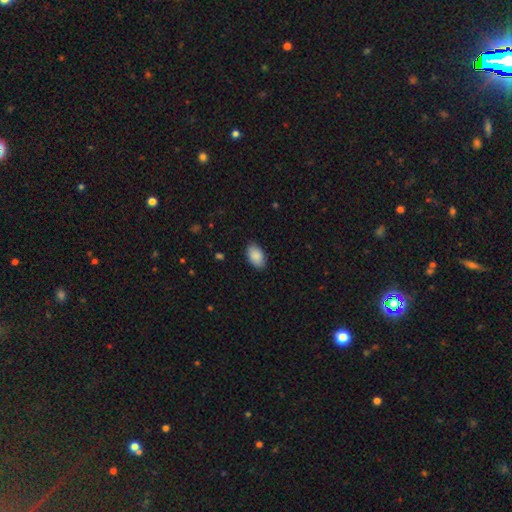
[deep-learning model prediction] Q: Smooth or featured?
A: smooth (90%); runner-up: star or artifact (6%)
Q: How rounded?
A: in between (93%); runner-up: round (5%)
Q: Merging?
A: none (87%); runner-up: minor disturbance (9%)